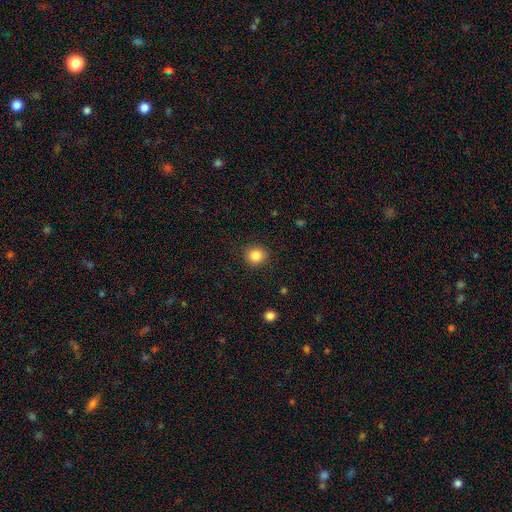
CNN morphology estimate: The model was most divided on "smooth or featured": smooth: 85%, star or artifact: 11%, featured or disk: 4%. More confident: how rounded — round (91%); merging — none (90%).